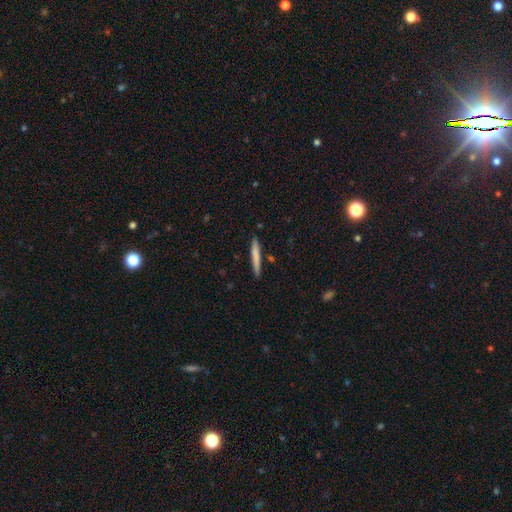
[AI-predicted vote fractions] Smooth or featured? smooth (73%)
How rounded? cigar-shaped (96%)
Merging? none (88%)